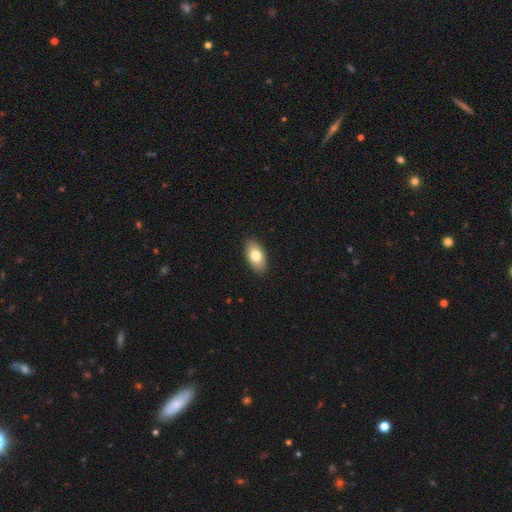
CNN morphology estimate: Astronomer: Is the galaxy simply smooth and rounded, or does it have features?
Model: smooth — 77%.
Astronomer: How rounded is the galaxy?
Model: in between — 92%.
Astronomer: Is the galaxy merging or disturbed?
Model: none — 89%.